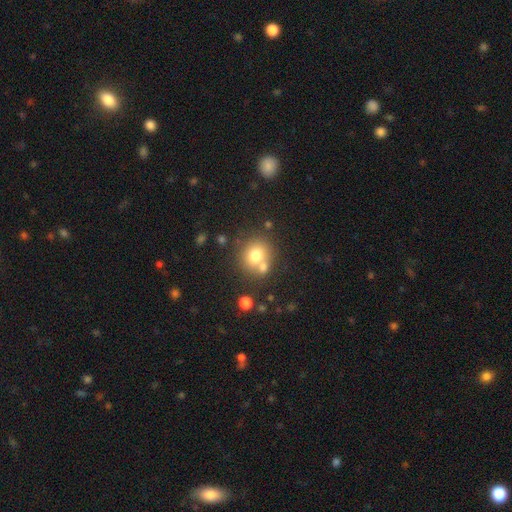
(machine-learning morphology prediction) smooth 74%, featured or disk 14%, star or artifact 12%. Down the decision tree: how rounded — round (79%); merging — none (60%).